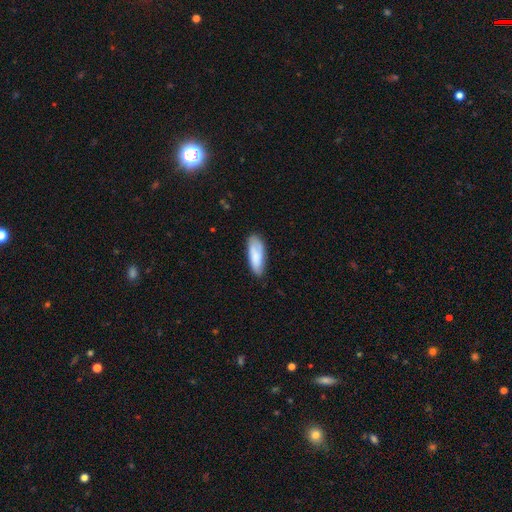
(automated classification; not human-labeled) The model was most divided on "how rounded": in between: 67%, cigar-shaped: 31%, round: 2%. More confident: smooth or featured — smooth (80%); merging — none (74%).